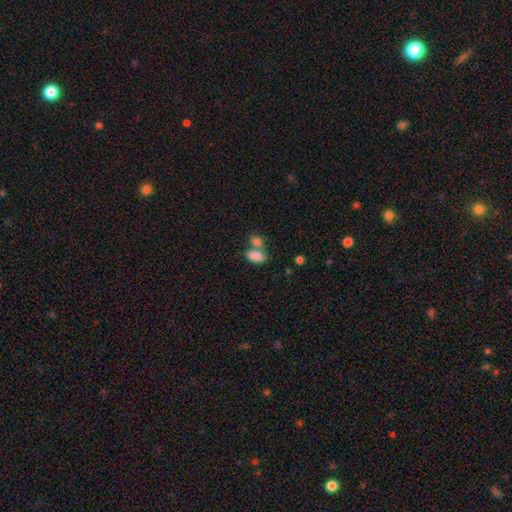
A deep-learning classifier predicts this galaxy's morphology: A smooth galaxy with no disk features (84%) that is in between round and cigar-shaped (89%).

Vote fractions:
- Smooth or featured? smooth: 84% / star or artifact: 9% / featured or disk: 7%
- How rounded? in between: 89% / round: 8% / cigar-shaped: 2%
- Merging? merger: 46% / none: 38% / minor disturbance: 11% / major disturbance: 5%